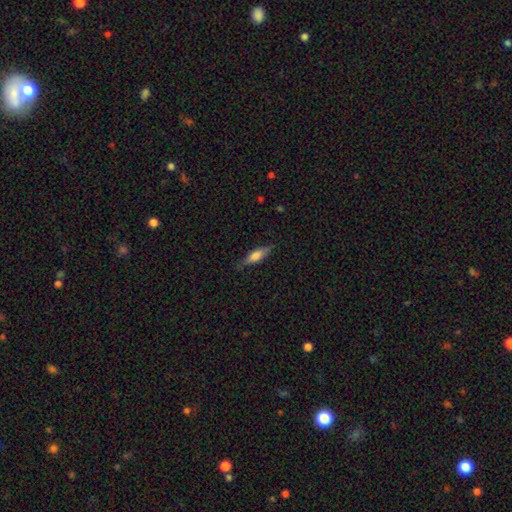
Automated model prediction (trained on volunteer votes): smooth_or_featured: smooth (p=0.56) [alt: featured or disk p=0.37]
how_rounded: cigar-shaped (p=0.60) [alt: in between p=0.37]
merging: none (p=0.81) [alt: minor disturbance p=0.15]